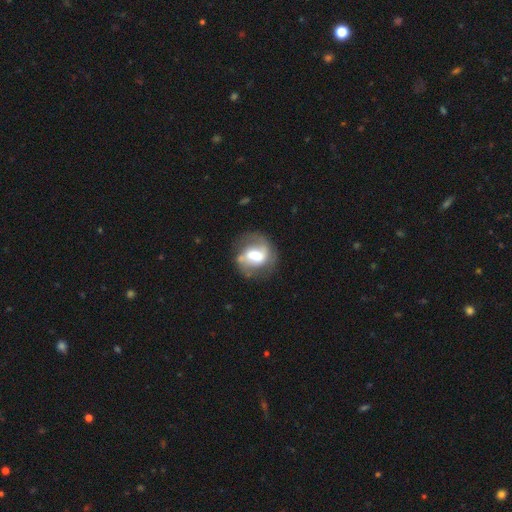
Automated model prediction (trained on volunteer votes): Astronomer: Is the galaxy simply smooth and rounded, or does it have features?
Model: featured or disk — 64%.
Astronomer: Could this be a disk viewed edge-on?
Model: no — 95%.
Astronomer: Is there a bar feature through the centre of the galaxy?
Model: weak — 42% (runner-up: strong, 36%).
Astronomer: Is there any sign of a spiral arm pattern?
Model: yes — 72%.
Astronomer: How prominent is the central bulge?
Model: moderate — 57%.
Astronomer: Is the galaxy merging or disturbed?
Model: none — 66%.